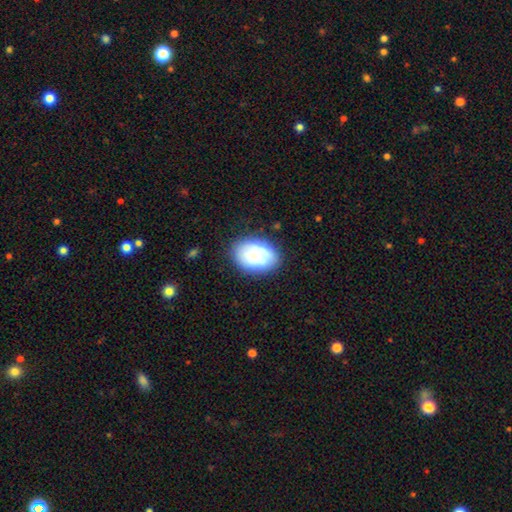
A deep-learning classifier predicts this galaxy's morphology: This is likely a smooth galaxy (76%). How rounded: clearly in between (80%). Merging: likely none (76%).